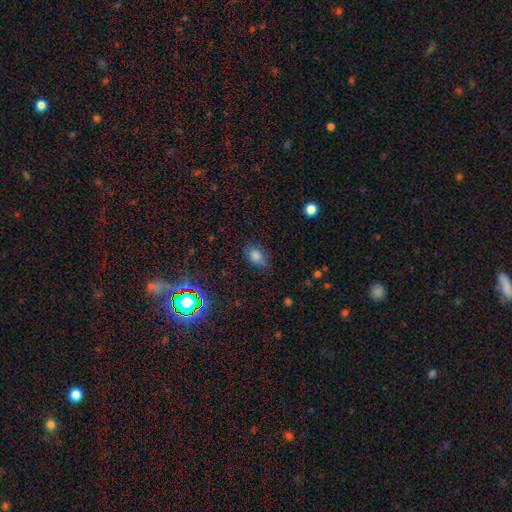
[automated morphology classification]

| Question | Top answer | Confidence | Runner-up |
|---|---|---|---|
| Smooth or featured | smooth | 75% | star or artifact (15%) |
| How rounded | in between | 81% | round (16%) |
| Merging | none | 69% | minor disturbance (23%) |